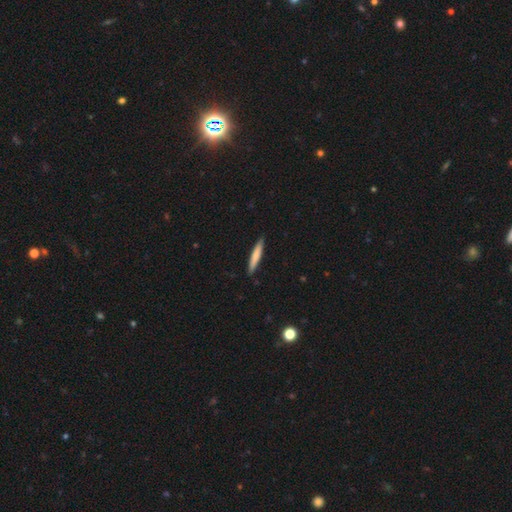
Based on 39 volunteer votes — smooth-or-featured: smooth: 85% | featured or disk: 15% | star or artifact: 0%
  how-rounded: cigar-shaped: 94% | in between: 6% | round: 0%
  merging: none: 87% | minor disturbance: 8% | major disturbance: 5% | merger: 0%